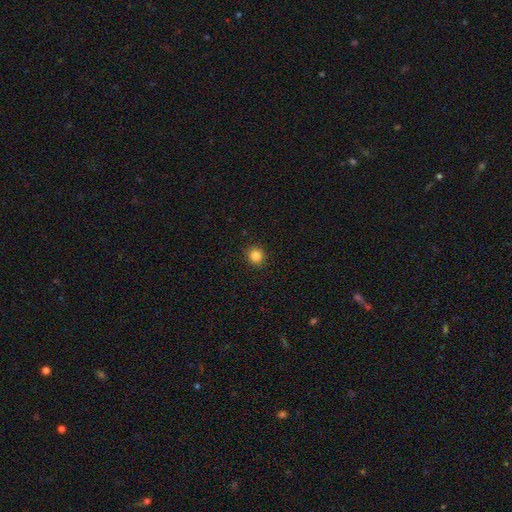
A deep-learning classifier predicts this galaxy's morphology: A smooth galaxy with no disk features (84%) that is round (89%). Merging: none (92%).